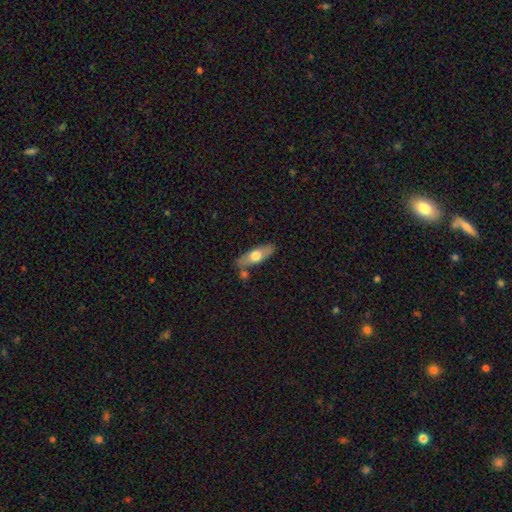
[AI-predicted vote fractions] smooth-or-featured: smooth: 58% | featured or disk: 36% | star or artifact: 5%
  how-rounded: in between: 60% | cigar-shaped: 37% | round: 3%
  merging: none: 74% | minor disturbance: 14% | merger: 9% | major disturbance: 3%